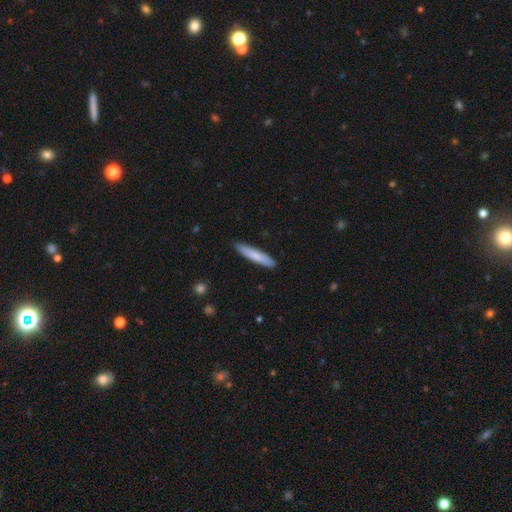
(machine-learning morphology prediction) smooth-or-featured: smooth: 77% | featured or disk: 17% | star or artifact: 5%
  how-rounded: cigar-shaped: 90% | in between: 9% | round: 1%
  merging: none: 88% | minor disturbance: 10% | major disturbance: 2% | merger: 1%